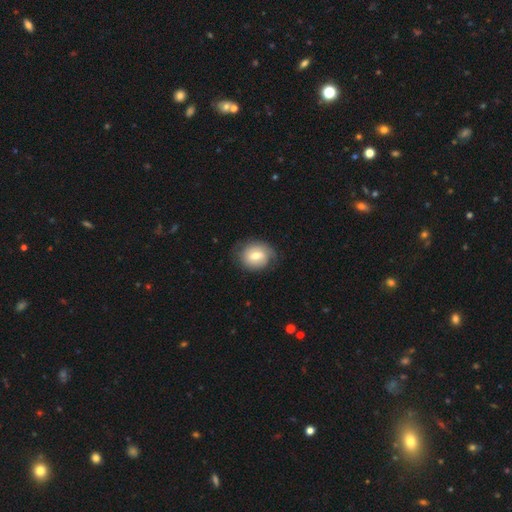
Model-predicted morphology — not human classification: type=smooth (56%); roundness=round (64%); merging=none (73%).